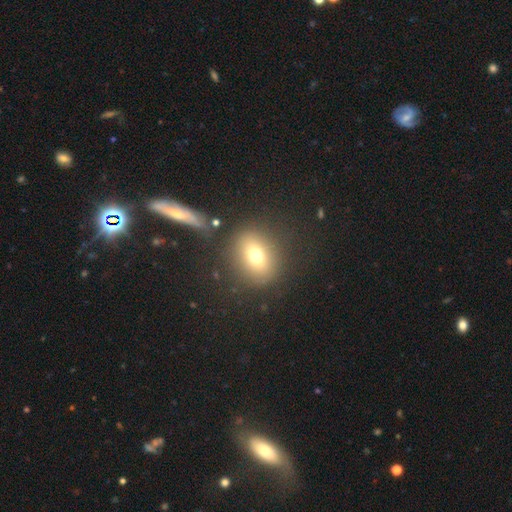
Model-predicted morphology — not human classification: Smooth or featured? Predicted: smooth (p=0.70). How rounded? Predicted: round (p=0.60). Merging? Predicted: none (p=0.80).